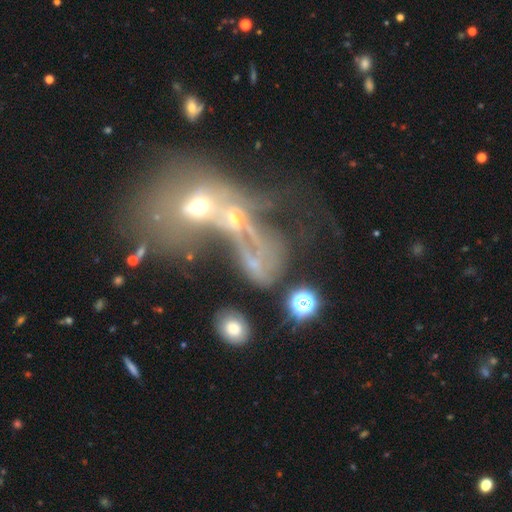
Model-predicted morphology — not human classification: Smooth or featured? featured or disk (46%)
Merging? merger (65%)